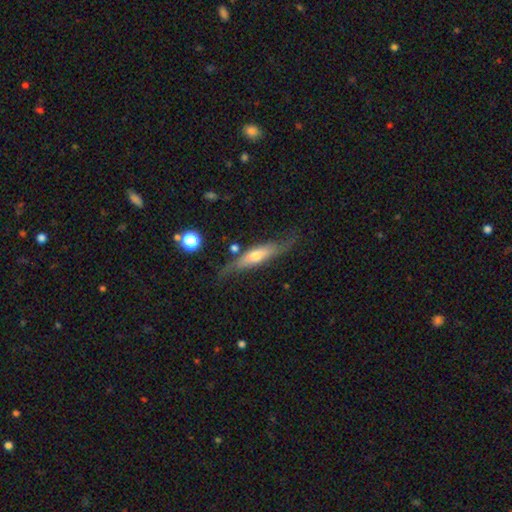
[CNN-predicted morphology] A featured or disk galaxy (60%) viewed edge-on (75%).

Vote fractions:
- Smooth or featured? featured or disk: 60% / smooth: 34% / star or artifact: 6%
- Edge-on disk? yes: 75% / no: 25%
- Merging? none: 65% / minor disturbance: 22% / major disturbance: 8% / merger: 4%